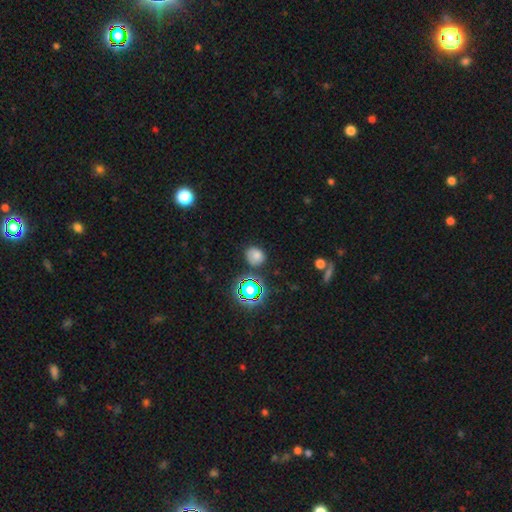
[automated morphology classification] This is likely a smooth galaxy (72%). How rounded: likely round (71%). Merging: likely none (77%).